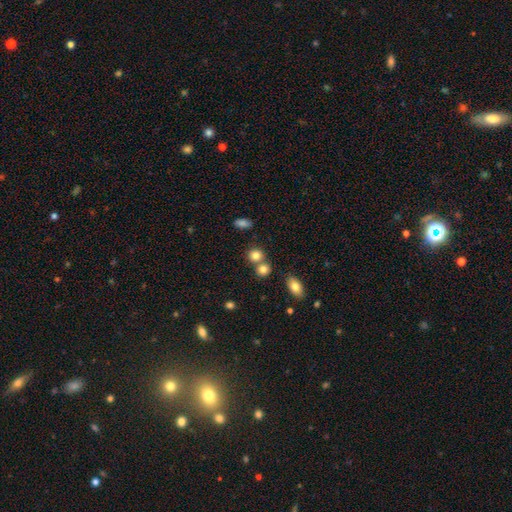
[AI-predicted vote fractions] Morphology: type=smooth (82%); roundness=round (78%); merging=none (56%).